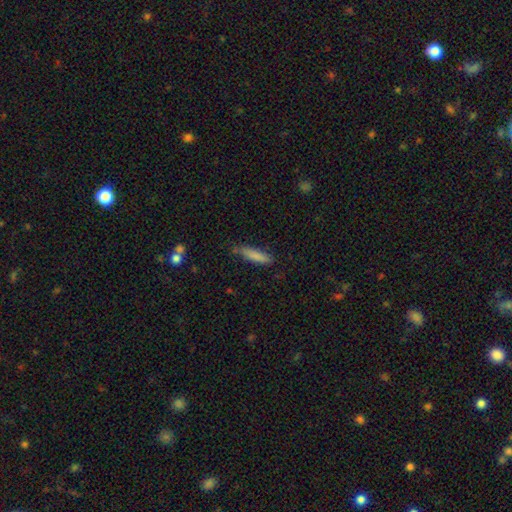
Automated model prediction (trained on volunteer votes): Overall: smooth (83%). How rounded: cigar-shaped (76%). Merging: none (72%).